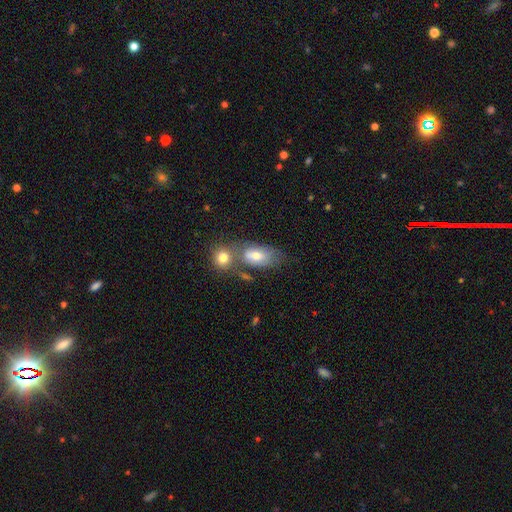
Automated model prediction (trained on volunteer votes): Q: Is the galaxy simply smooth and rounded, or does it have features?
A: smooth — 68%.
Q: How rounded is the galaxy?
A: in between — 87%.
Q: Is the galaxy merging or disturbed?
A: merger — 43%.